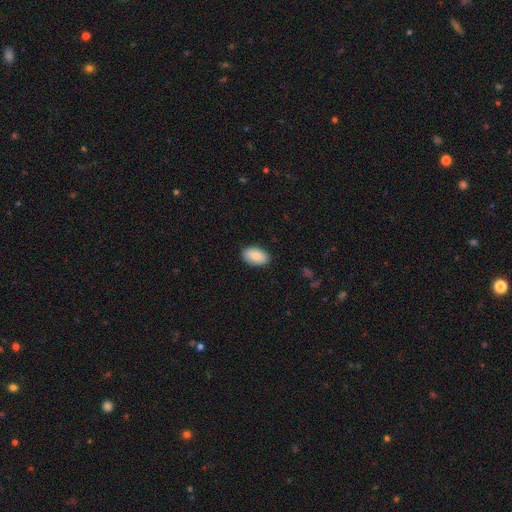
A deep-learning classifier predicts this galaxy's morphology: type=smooth (83%); roundness=in between (93%); merging=none (87%).